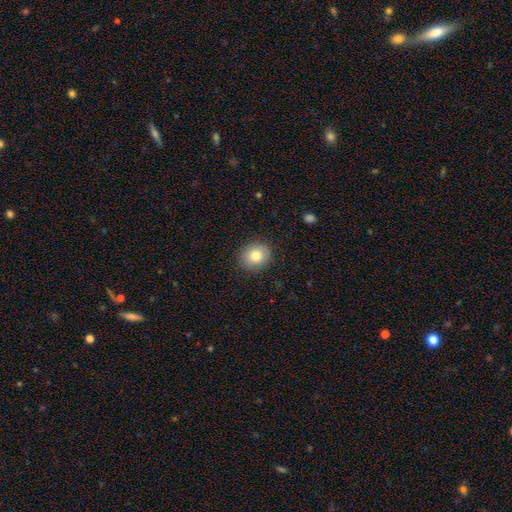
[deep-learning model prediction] Smooth or featured? smooth (79%)
How rounded? round (72%)
Merging? none (88%)